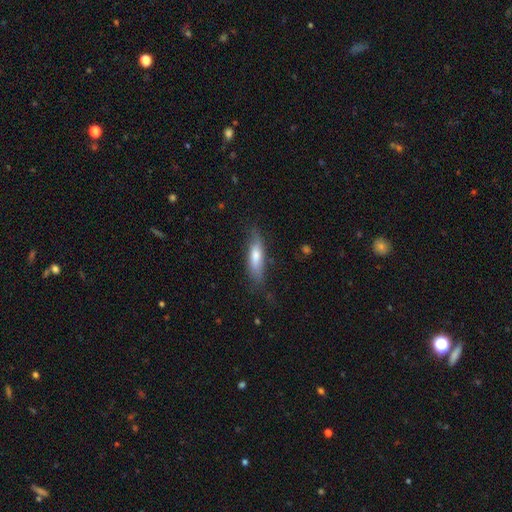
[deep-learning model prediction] smooth-or-featured: smooth: 67% | featured or disk: 27% | star or artifact: 7%
  how-rounded: cigar-shaped: 58% | in between: 40% | round: 2%
  merging: none: 68% | minor disturbance: 24% | major disturbance: 7% | merger: 2%